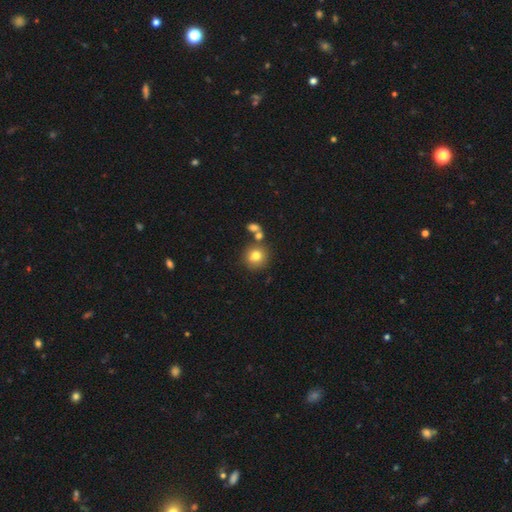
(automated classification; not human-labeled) This appears to be a smooth galaxy with no disk features (77%) that is round (90%). Merging: none (70%).